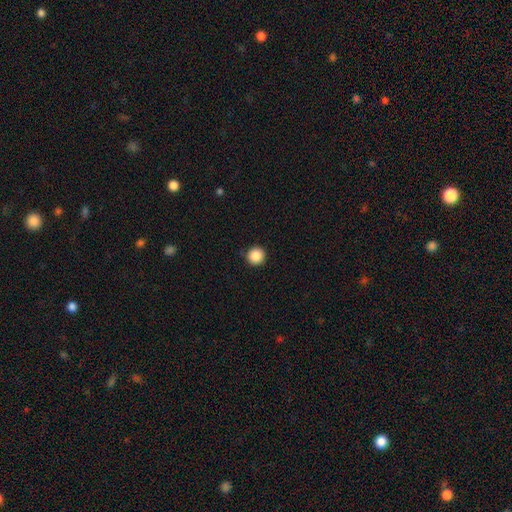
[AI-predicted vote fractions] Smooth or featured: smooth — 88% (star or artifact — 10%)
How rounded: round — 96% (in between — 4%)
Merging: none — 91% (minor disturbance — 6%)